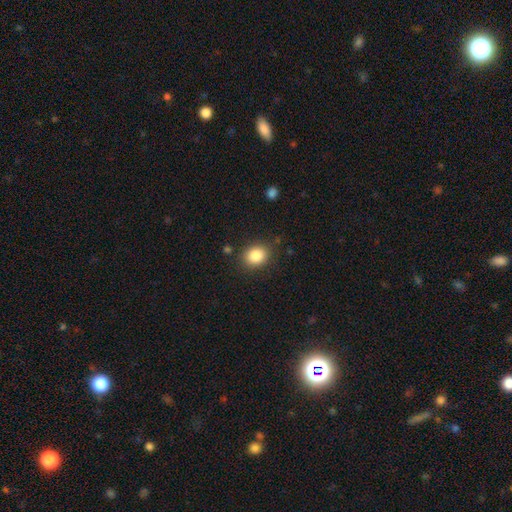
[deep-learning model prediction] This appears to be a smooth galaxy with no disk features (85%) that is round (56%). Merging: none (84%).